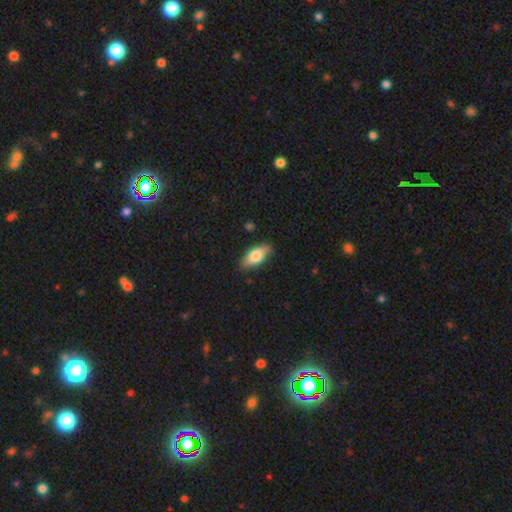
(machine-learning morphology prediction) Smooth or featured? Predicted: smooth (p=0.76). How rounded? Predicted: in between (p=0.87). Merging? Predicted: none (p=0.81).